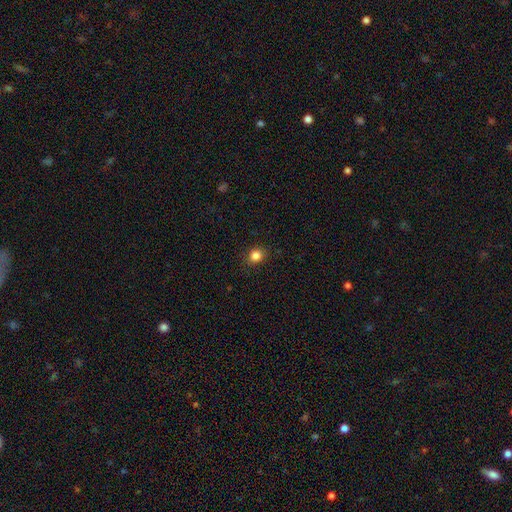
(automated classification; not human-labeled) This appears to be a smooth galaxy with no disk features (84%) that is round (75%). Merging: none (88%).